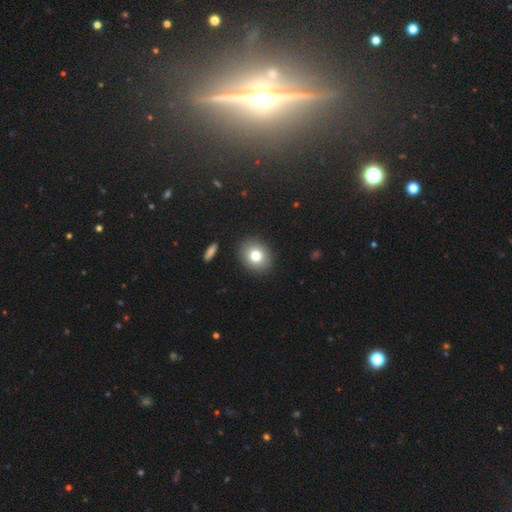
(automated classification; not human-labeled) smooth_or_featured: smooth (p=0.77) [alt: featured or disk p=0.12]
how_rounded: round (p=0.62) [alt: in between p=0.37]
merging: none (p=0.90) [alt: minor disturbance p=0.07]